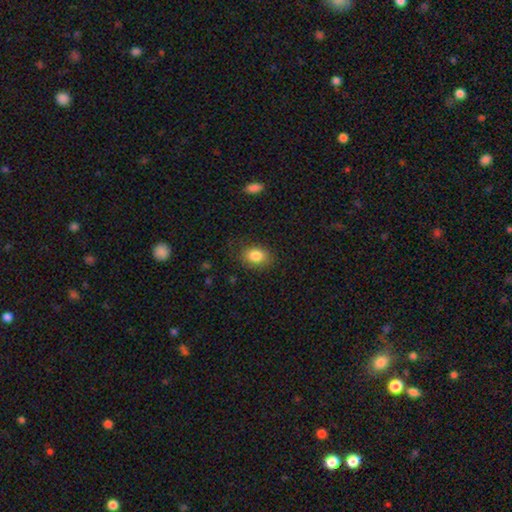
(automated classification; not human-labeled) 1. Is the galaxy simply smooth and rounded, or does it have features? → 85% smooth, 9% star or artifact, 7% featured or disk.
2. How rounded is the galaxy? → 74% in between, 25% round, 1% cigar-shaped.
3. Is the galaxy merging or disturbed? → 79% none, 15% minor disturbance, 5% major disturbance, 1% merger.